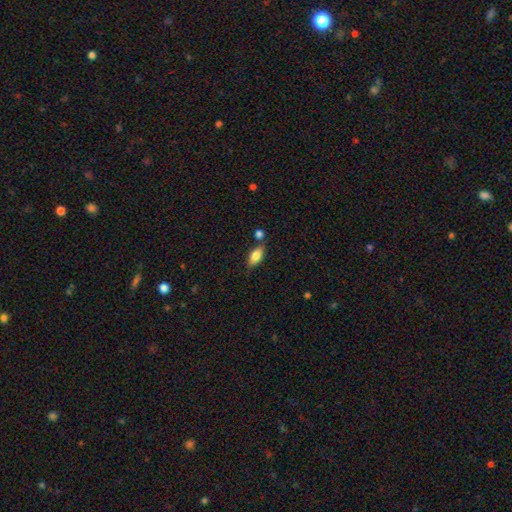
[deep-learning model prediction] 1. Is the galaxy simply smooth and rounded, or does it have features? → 80% smooth, 12% featured or disk, 7% star or artifact.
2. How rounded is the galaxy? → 85% in between, 11% cigar-shaped, 4% round.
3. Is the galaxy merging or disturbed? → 72% none, 15% minor disturbance, 10% merger, 4% major disturbance.